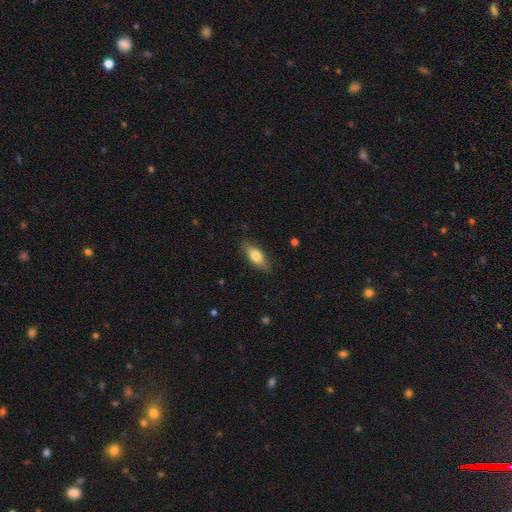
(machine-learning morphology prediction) Smooth or featured? smooth (67%)
How rounded? in between (71%)
Merging? none (82%)